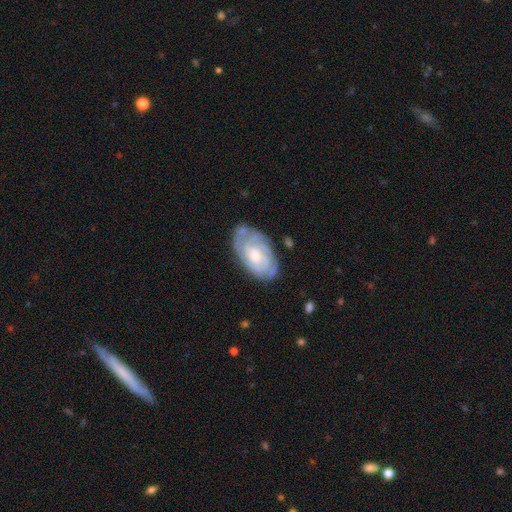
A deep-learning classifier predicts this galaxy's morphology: This appears to be a featured or disk galaxy (80%) with no bar (68%), tight (73%) spiral arms (93%) and a moderate central bulge (49%). Merging: none (71%).